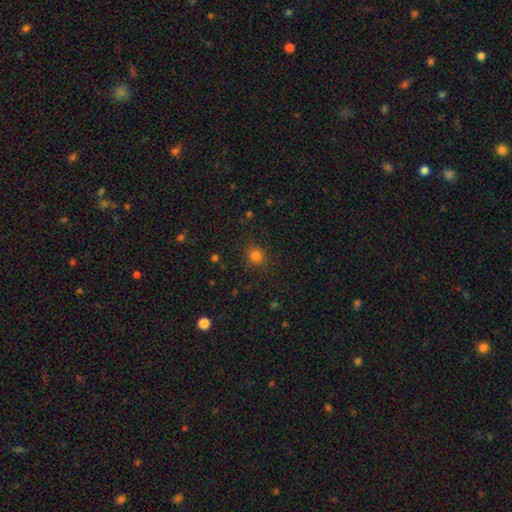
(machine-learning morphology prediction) A smooth galaxy with no disk features (82%) that is round (79%).

Vote fractions:
- Smooth or featured? smooth: 82% / star or artifact: 14% / featured or disk: 4%
- How rounded? round: 79% / in between: 20% / cigar-shaped: 1%
- Merging? none: 85% / minor disturbance: 10% / major disturbance: 4% / merger: 1%